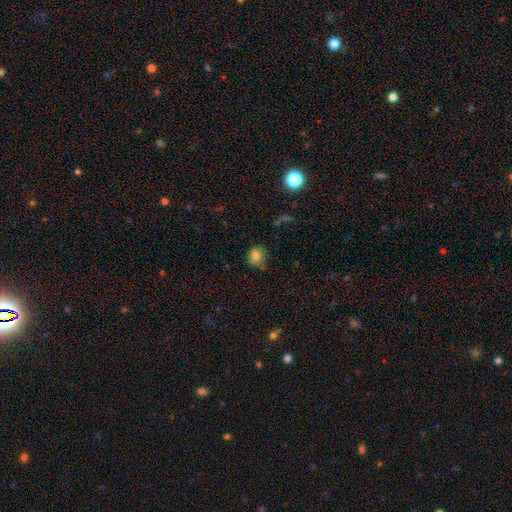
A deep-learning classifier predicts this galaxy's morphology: Smooth or featured? Predicted: smooth (p=0.81). How rounded? Predicted: round (p=0.78). Merging? Predicted: none (p=0.74).